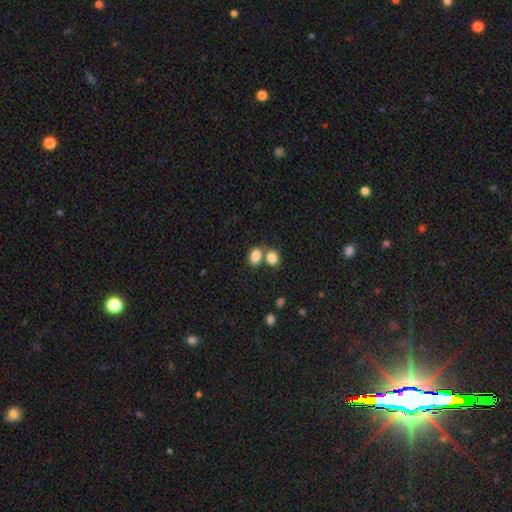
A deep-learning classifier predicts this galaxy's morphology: Smooth or featured? Predicted: smooth (p=0.85). How rounded? Predicted: in between (p=0.76). Merging? Predicted: none (p=0.46).